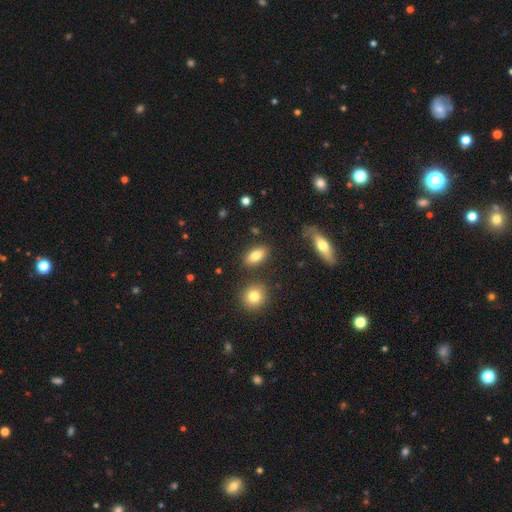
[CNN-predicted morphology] This appears to be a smooth galaxy with no disk features (82%) that is in between round and cigar-shaped (88%). Merging: none (83%).